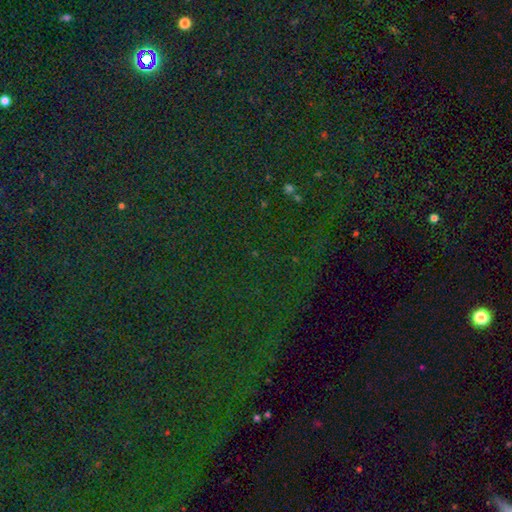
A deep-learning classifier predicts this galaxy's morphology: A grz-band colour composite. It shows a star or artifact, not a galaxy (82%).